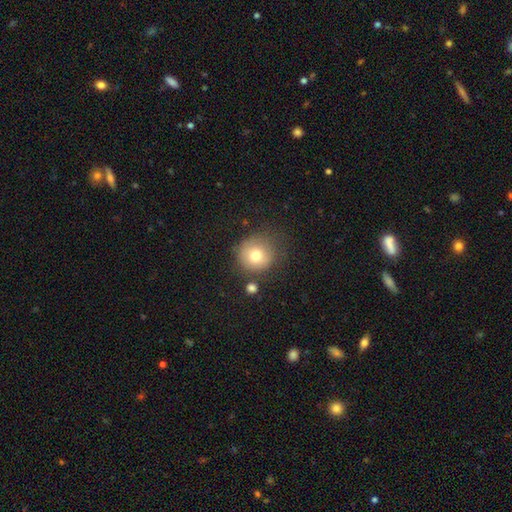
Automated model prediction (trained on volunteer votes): The model was most divided on "merging": none: 72%, minor disturbance: 16%, major disturbance: 6%, merger: 6%. More confident: how rounded — round (92%); smooth or featured — smooth (75%).